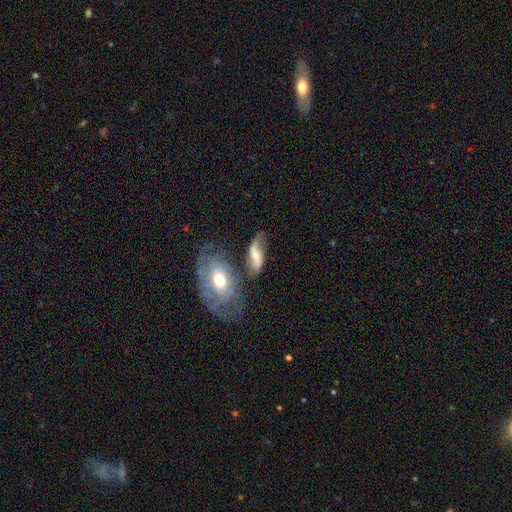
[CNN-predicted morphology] Q: Smooth or featured?
A: featured or disk (54%); runner-up: smooth (37%)
Q: Edge-on disk?
A: no (88%); runner-up: yes (12%)
Q: Merging?
A: none (45%); runner-up: minor disturbance (22%)